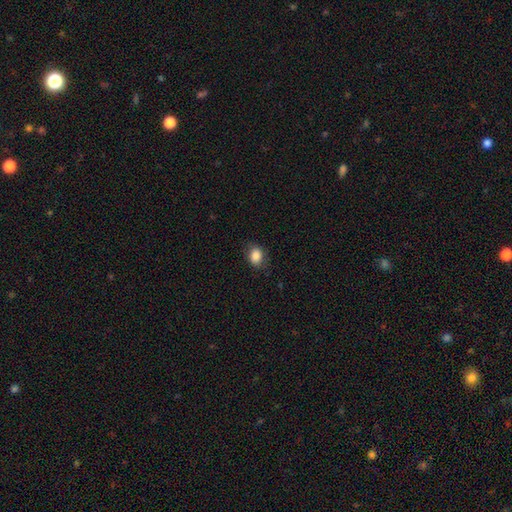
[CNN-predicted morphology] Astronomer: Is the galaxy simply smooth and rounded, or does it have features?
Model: smooth — 86%.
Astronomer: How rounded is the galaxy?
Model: in between — 62% (runner-up: round, 37%).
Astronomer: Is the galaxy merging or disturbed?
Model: none — 79%.